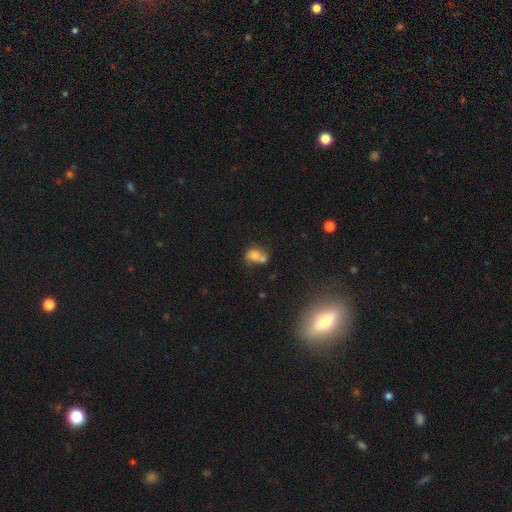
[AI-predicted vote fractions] Smooth or featured? Predicted: smooth (p=0.67). How rounded? Predicted: in between (p=0.56). Merging? Predicted: merger (p=0.51).